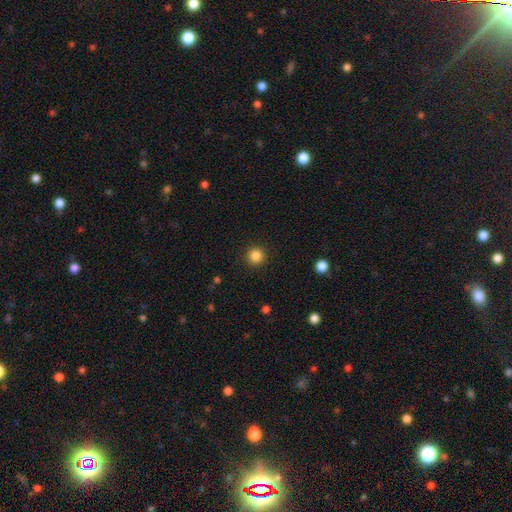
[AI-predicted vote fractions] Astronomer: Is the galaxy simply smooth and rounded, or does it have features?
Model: smooth — 85%.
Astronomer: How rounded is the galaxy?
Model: round — 95%.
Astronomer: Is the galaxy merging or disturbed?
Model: none — 92%.